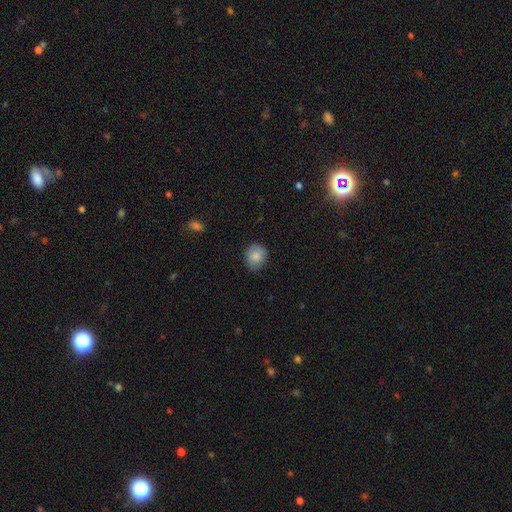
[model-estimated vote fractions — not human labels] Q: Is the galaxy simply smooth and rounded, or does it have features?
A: smooth — 85%.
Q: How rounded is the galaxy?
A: round — 60%.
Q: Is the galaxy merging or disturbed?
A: none — 77%.